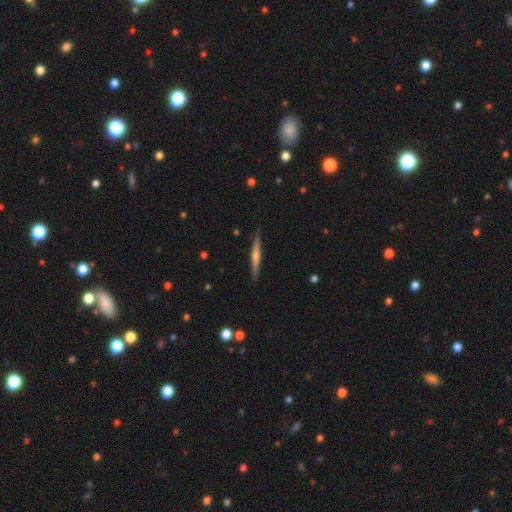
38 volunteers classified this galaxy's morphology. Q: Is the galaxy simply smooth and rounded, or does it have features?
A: featured or disk — 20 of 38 (53%).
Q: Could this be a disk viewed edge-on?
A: yes — 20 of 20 (100%).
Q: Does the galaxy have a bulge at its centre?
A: rounded — 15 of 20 (75%).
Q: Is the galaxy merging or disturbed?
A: none — 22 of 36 (61%).